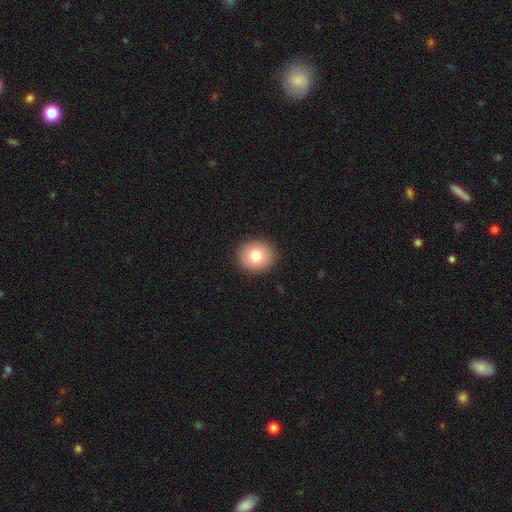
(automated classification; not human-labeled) This appears to be a smooth galaxy with no disk features (79%) that is round (82%). Merging: none (92%).